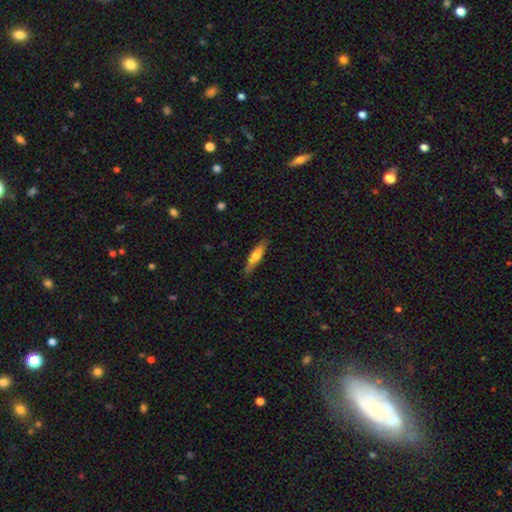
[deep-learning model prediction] The model was most divided on "smooth or featured": smooth: 57%, featured or disk: 37%, star or artifact: 6%. More confident: merging — none (78%); how rounded — cigar-shaped (77%).